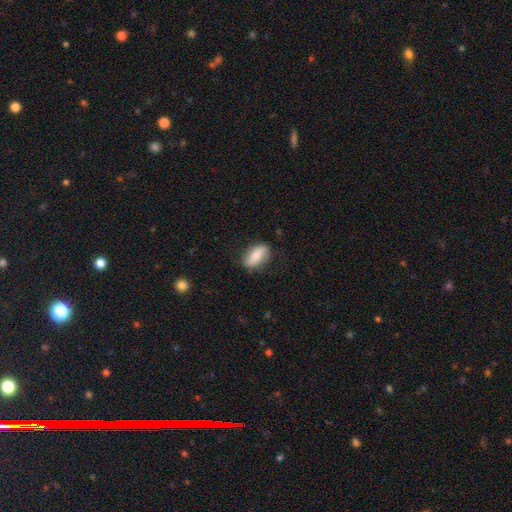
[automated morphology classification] A smooth galaxy with no disk features (60%) that is in between round and cigar-shaped (83%).

Vote fractions:
- Smooth or featured? smooth: 60% / featured or disk: 33% / star or artifact: 7%
- How rounded? in between: 83% / cigar-shaped: 12% / round: 6%
- Merging? none: 75% / minor disturbance: 19% / major disturbance: 5% / merger: 1%